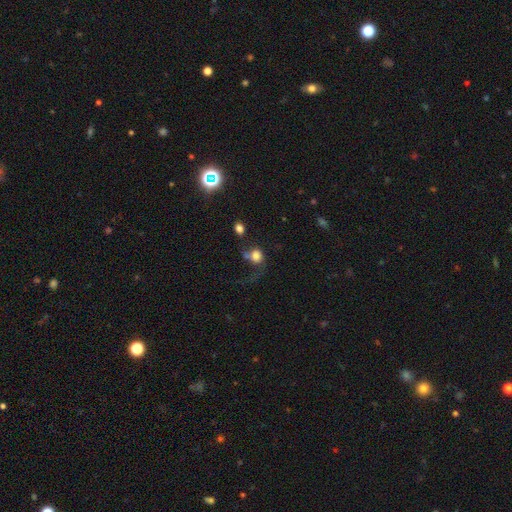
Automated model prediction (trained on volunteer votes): smooth_or_featured: smooth (p=0.68) [alt: featured or disk p=0.20]
how_rounded: round (p=0.73) [alt: in between p=0.26]
merging: major disturbance (p=0.36) [alt: merger p=0.26]